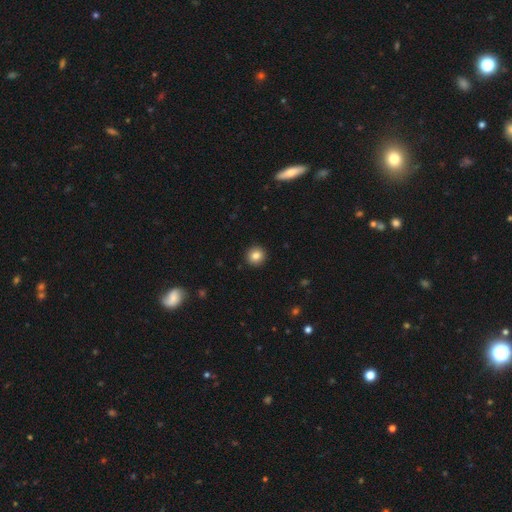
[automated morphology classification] Q: Smooth or featured?
A: smooth (85%); runner-up: star or artifact (10%)
Q: How rounded?
A: round (93%); runner-up: in between (6%)
Q: Merging?
A: none (93%); runner-up: minor disturbance (4%)